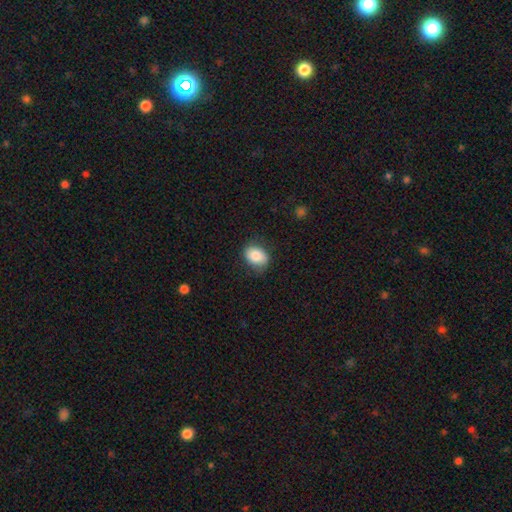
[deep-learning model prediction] Morphology: type=smooth (83%); roundness=in between (69%); merging=none (75%).